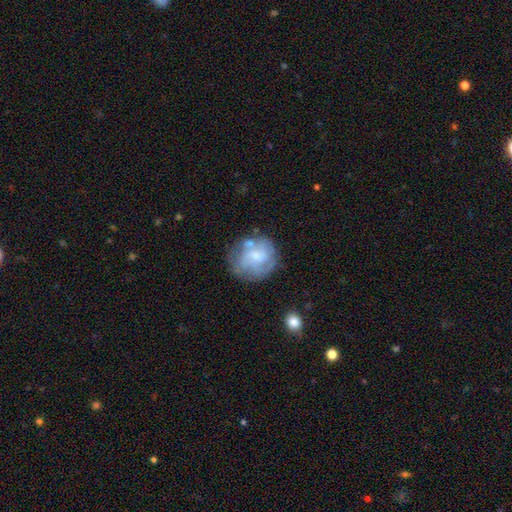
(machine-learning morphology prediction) type=featured or disk (58%); edge-on=no (98%); bar=no (67%); spiral arms=yes (73%); bulge=small (60%); merging=none (58%).